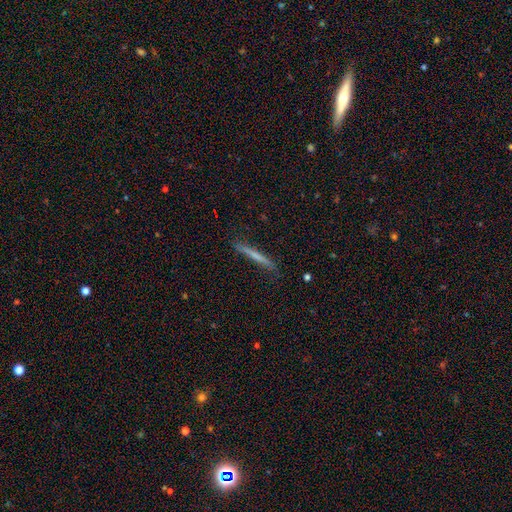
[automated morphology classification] smooth-or-featured: smooth: 49% | featured or disk: 43% | star or artifact: 8%
  merging: none: 85% | minor disturbance: 11% | major disturbance: 2% | merger: 1%